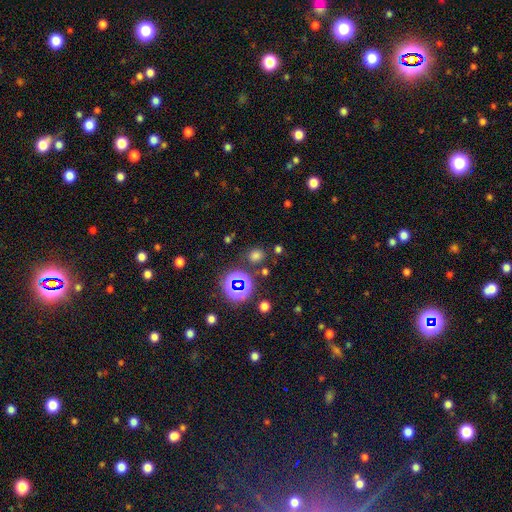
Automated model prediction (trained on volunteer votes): smooth_or_featured: smooth (p=0.62) [alt: star or artifact p=0.32]
how_rounded: round (p=0.77) [alt: in between p=0.21]
merging: none (p=0.81) [alt: minor disturbance p=0.10]